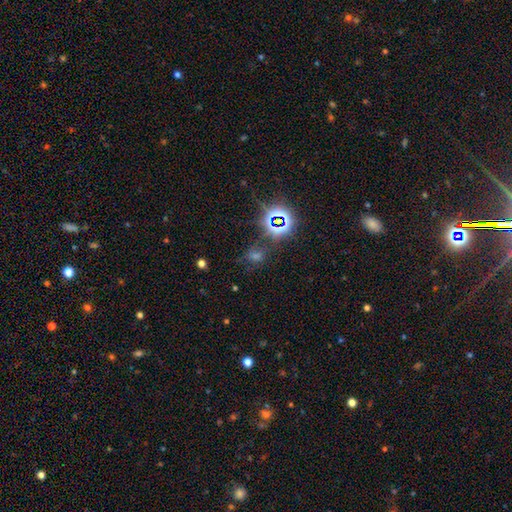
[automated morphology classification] This is likely a star or artifact rather than a galaxy (62%).